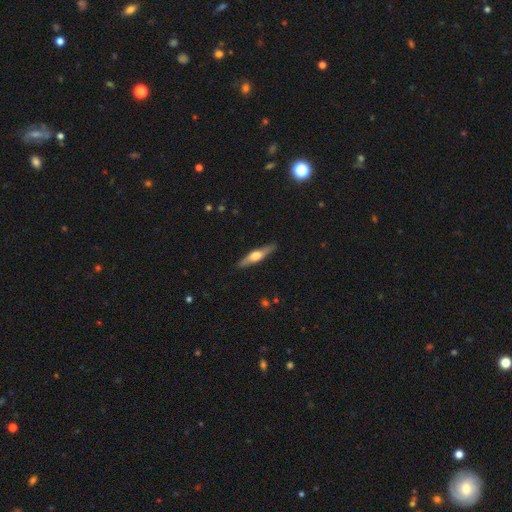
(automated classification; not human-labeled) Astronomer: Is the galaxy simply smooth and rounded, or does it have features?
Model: featured or disk — 59% (runner-up: smooth, 36%).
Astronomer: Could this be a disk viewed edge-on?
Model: yes — 94%.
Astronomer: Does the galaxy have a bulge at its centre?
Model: rounded — 89%.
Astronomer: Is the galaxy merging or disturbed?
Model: none — 88%.